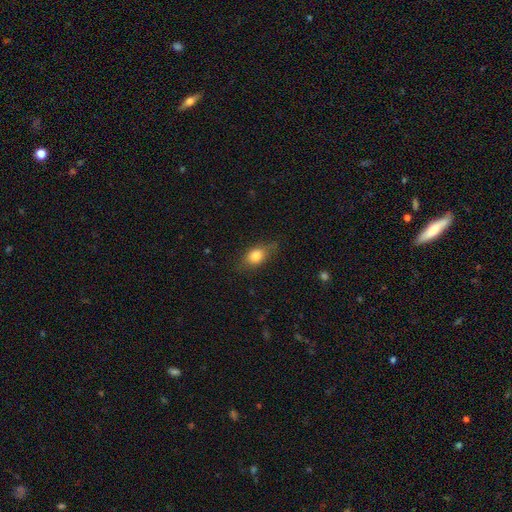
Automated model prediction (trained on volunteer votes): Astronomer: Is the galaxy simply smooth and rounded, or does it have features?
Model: smooth — 78%.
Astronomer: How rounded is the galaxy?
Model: in between — 70%.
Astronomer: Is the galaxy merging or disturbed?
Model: none — 70%.